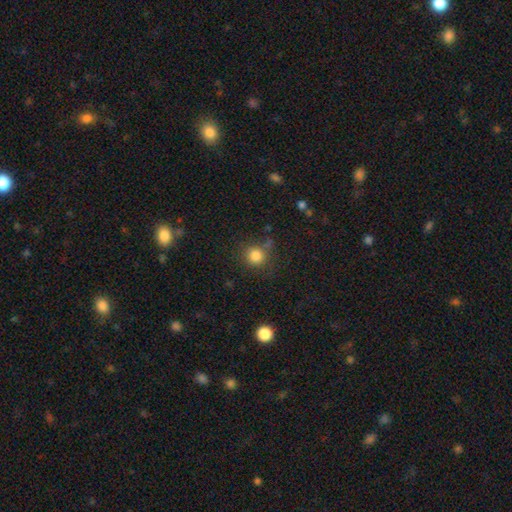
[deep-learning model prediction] Overall: smooth (83%). How rounded: round (91%). Merging: none (79%).